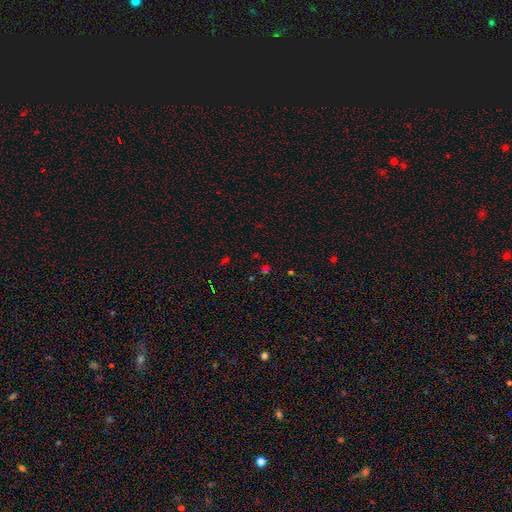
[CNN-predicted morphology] This appears to be a star or artifact, not a galaxy (52%).